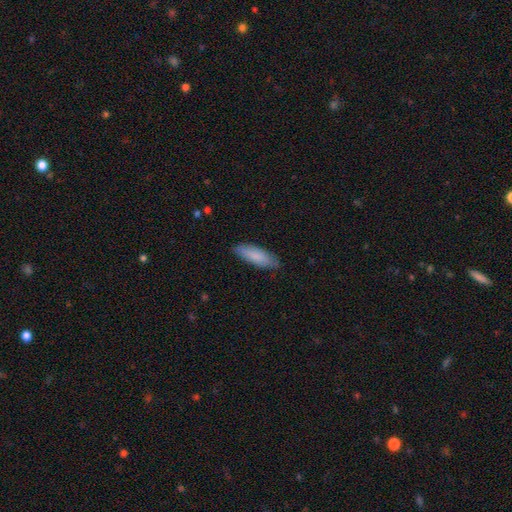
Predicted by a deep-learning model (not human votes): smooth_or_featured: smooth (p=0.83) [alt: featured or disk p=0.12]
how_rounded: in between (p=0.55) [alt: cigar-shaped p=0.44]
merging: none (p=0.82) [alt: minor disturbance p=0.14]